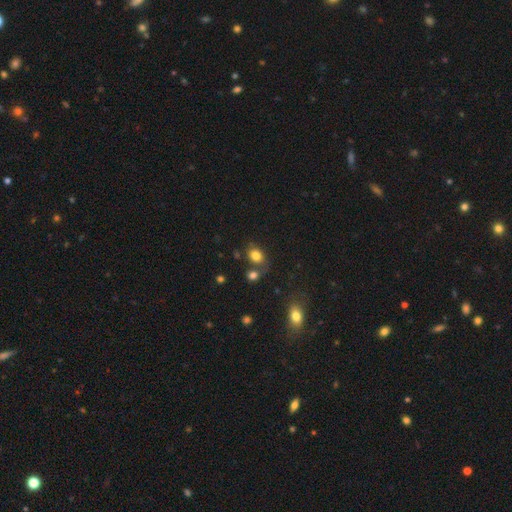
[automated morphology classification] smooth 81%, star or artifact 11%, featured or disk 8%. Down the decision tree: how rounded — in between (57%); merging — none (62%).